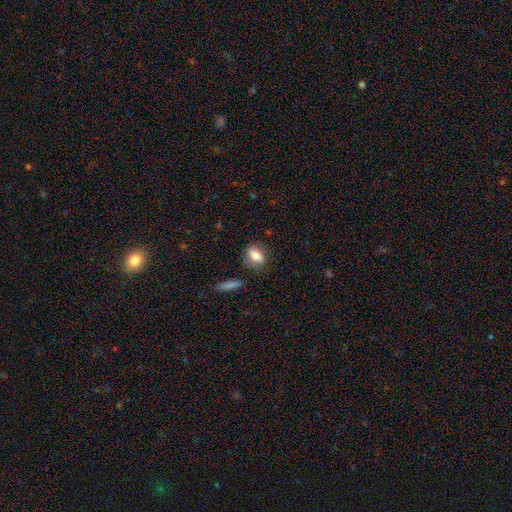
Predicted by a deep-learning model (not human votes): smooth-or-featured: smooth: 79% | featured or disk: 13% | star or artifact: 8%
  how-rounded: in between: 73% | round: 22% | cigar-shaped: 5%
  merging: none: 72% | minor disturbance: 19% | major disturbance: 6% | merger: 4%